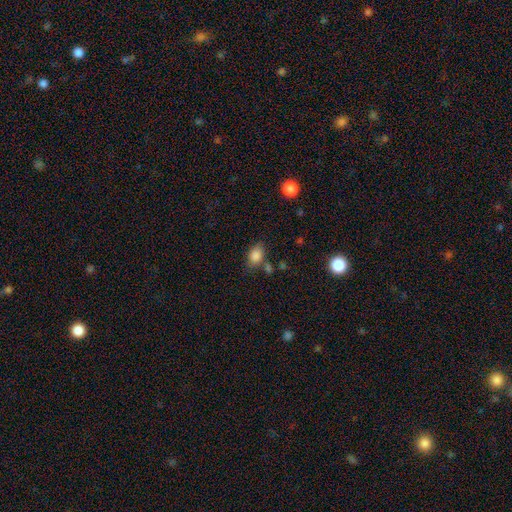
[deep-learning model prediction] Smooth or featured: smooth — 84% (star or artifact — 10%)
How rounded: in between — 79% (round — 20%)
Merging: none — 64% (minor disturbance — 21%)